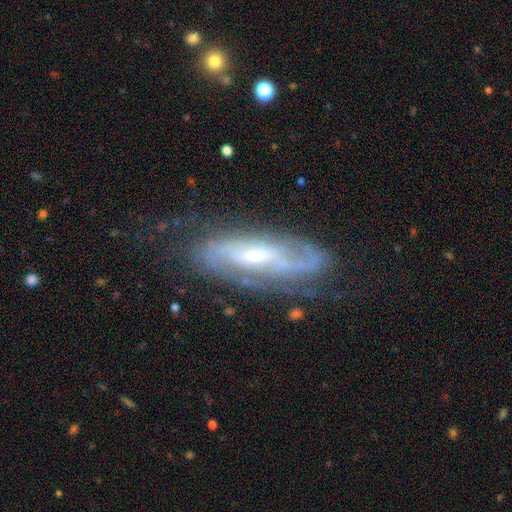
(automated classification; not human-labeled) featured or disk 83%, smooth 11%, star or artifact 6%. Down the decision tree: edge-on disk — no (85%); bar — weak (41%, tied with no); spiral arms — yes (92%); spiral arm count — 2 (43%); spiral winding — tight (52%); bulge size — small (53%); merging — none (67%).